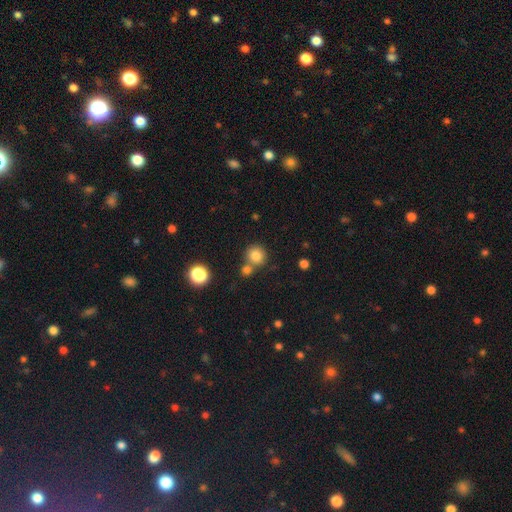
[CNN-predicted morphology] This is clearly a smooth galaxy (81%). How rounded: clearly round (90%). Merging: likely none (64%).